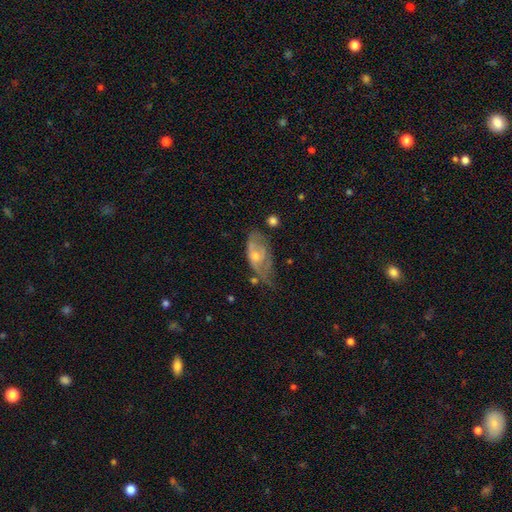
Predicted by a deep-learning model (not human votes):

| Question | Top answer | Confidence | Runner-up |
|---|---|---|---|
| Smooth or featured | featured or disk | 58% | smooth (33%) |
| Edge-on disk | no | 87% | yes (13%) |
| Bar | no | 78% | weak (18%) |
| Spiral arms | yes | 51% | no (49%) |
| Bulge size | small | 47% | moderate (46%) |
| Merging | none | 39% | minor disturbance (33%) |